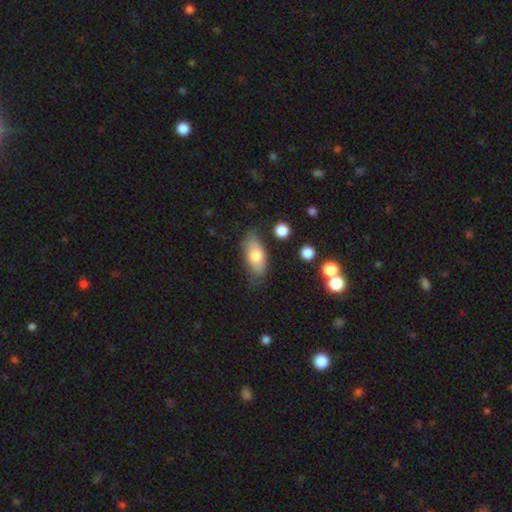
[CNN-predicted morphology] Overall: smooth (73%). How rounded: in between (85%). Merging: none (72%).